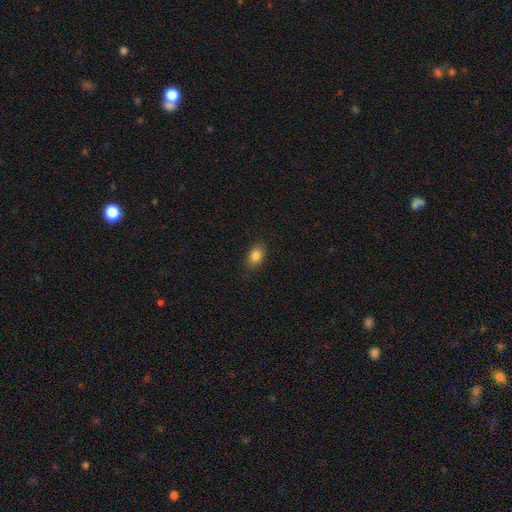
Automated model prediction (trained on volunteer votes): This appears to be a smooth galaxy with no disk features (85%) that is in between round and cigar-shaped (83%). Merging: none (86%).